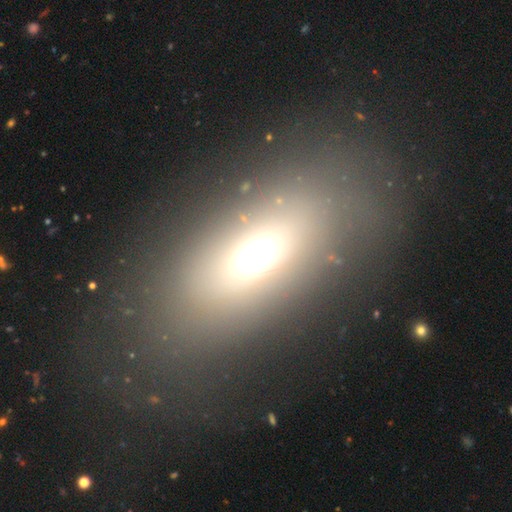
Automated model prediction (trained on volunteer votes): This is likely a smooth galaxy (61%). How rounded: likely in between (80%). Merging: likely none (75%).